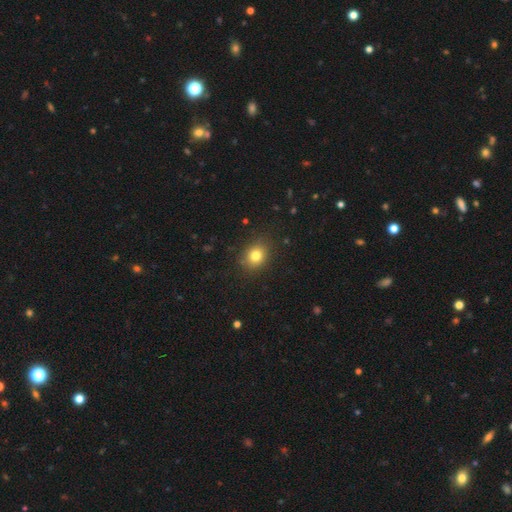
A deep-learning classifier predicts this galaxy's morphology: smooth-or-featured: smooth: 80% | star or artifact: 12% | featured or disk: 8%
  how-rounded: round: 69% | in between: 30% | cigar-shaped: 1%
  merging: none: 87% | minor disturbance: 10% | major disturbance: 3% | merger: 1%